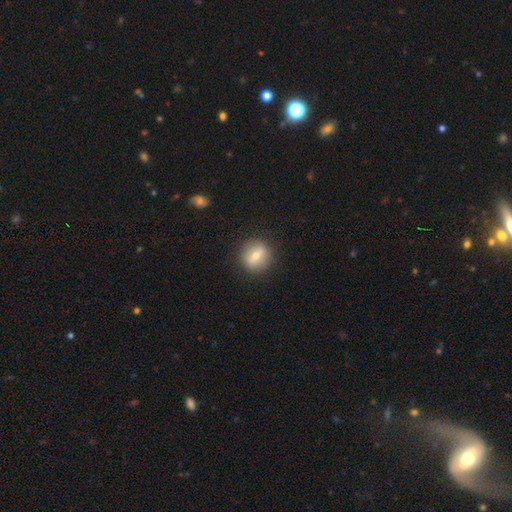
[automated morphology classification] The model was most divided on "smooth or featured": smooth: 55%, featured or disk: 36%, star or artifact: 9%. More confident: merging — none (88%); how rounded — round (86%).